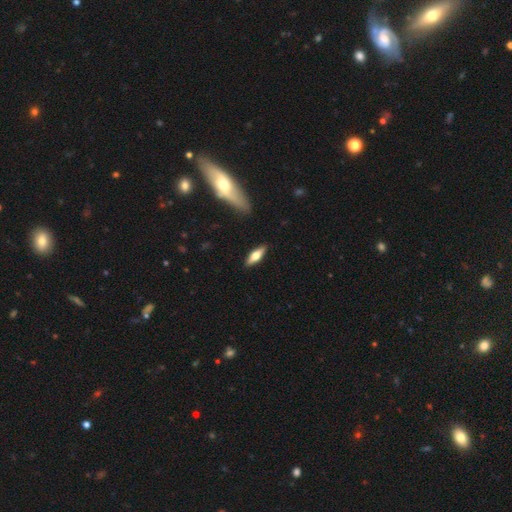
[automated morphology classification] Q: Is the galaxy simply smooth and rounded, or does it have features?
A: smooth — 48%.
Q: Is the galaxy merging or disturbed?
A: none — 87%.